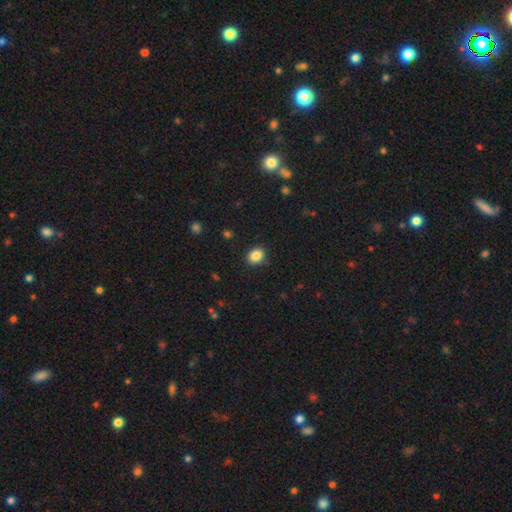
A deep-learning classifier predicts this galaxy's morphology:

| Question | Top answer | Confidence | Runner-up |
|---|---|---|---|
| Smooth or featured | smooth | 86% | star or artifact (10%) |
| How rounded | round | 56% | in between (43%) |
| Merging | none | 89% | minor disturbance (8%) |